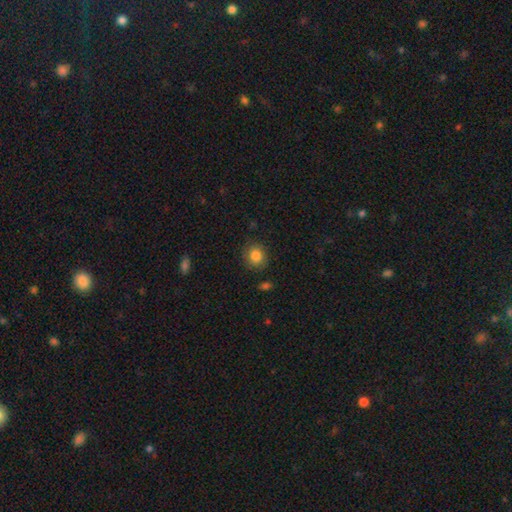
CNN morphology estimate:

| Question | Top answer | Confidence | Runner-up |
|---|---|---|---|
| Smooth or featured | smooth | 83% | star or artifact (9%) |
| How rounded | round | 83% | in between (16%) |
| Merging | none | 82% | minor disturbance (13%) |